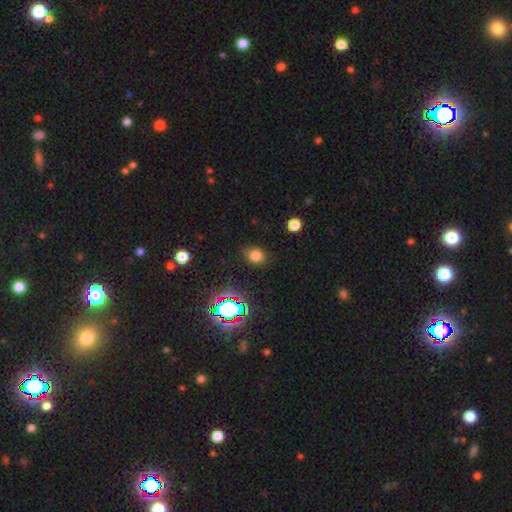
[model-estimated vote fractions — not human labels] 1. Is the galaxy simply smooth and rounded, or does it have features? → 74% smooth, 19% star or artifact, 7% featured or disk.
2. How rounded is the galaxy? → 55% round, 44% in between, 1% cigar-shaped.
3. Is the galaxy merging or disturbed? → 82% none, 12% minor disturbance, 4% major disturbance, 2% merger.